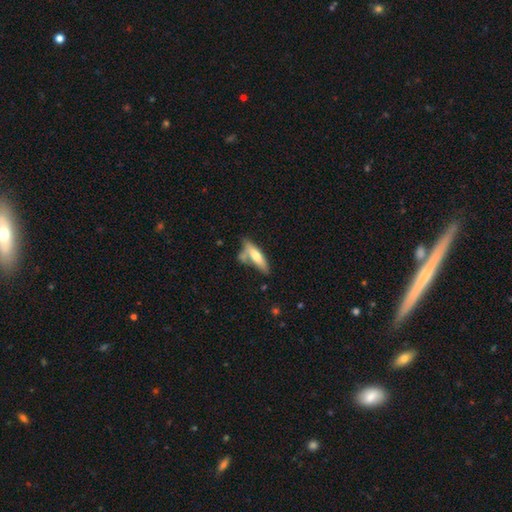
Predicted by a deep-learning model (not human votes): This is possibly a smooth galaxy (59%). How rounded: likely cigar-shaped (66%). Merging: possibly none (52%).